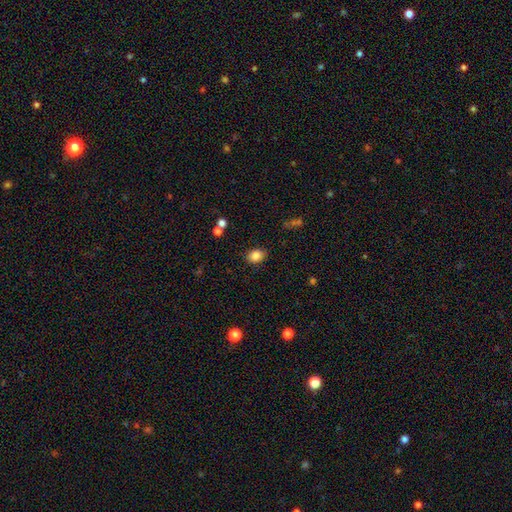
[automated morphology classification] This is clearly a smooth galaxy (85%). How rounded: likely in between (67%). Merging: clearly none (83%).